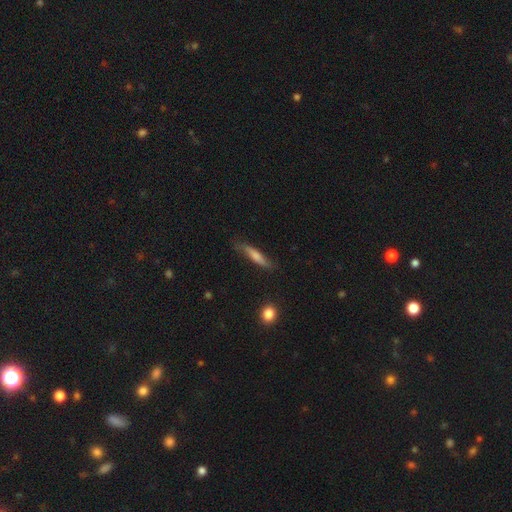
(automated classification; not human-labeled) The model was most divided on "smooth or featured": smooth: 58%, featured or disk: 35%, star or artifact: 7%. More confident: how rounded — cigar-shaped (86%); merging — none (73%).